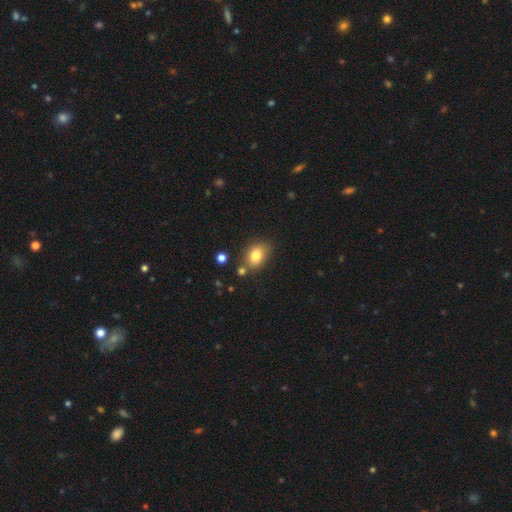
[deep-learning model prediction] smooth 80%, star or artifact 10%, featured or disk 10%. Down the decision tree: how rounded — in between (66%); merging — none (70%).